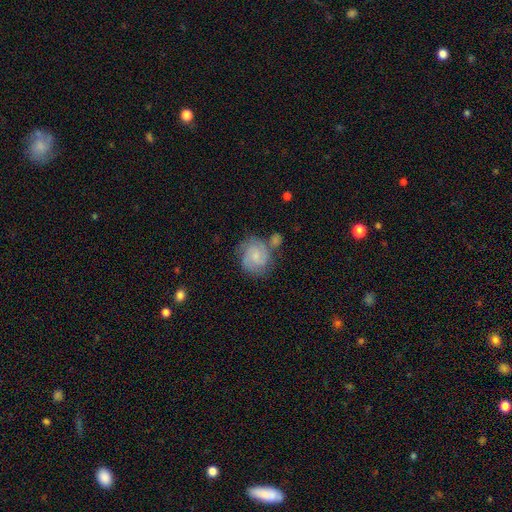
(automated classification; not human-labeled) The model was most divided on "spiral winding": tight: 50%, medium: 39%, loose: 11%. Remaining: edge-on disk — no (98%); spiral arms — yes (92%); smooth or featured — featured or disk (64%); bar — no (60%); bulge size — small (59%); merging — none (57%); spiral arm count — 2 (48%).